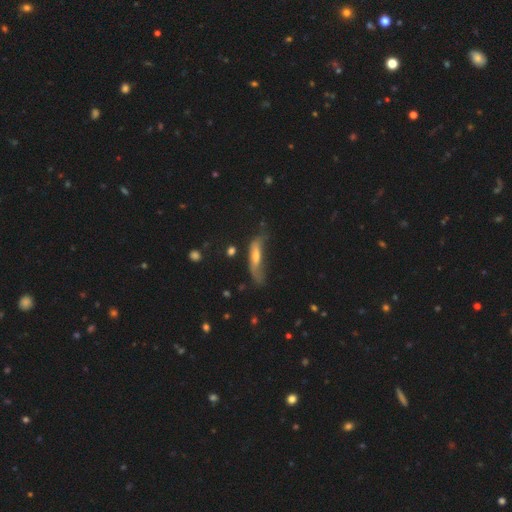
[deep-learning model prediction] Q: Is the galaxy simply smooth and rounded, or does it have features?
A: smooth — 48%.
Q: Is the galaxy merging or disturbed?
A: none — 34%.